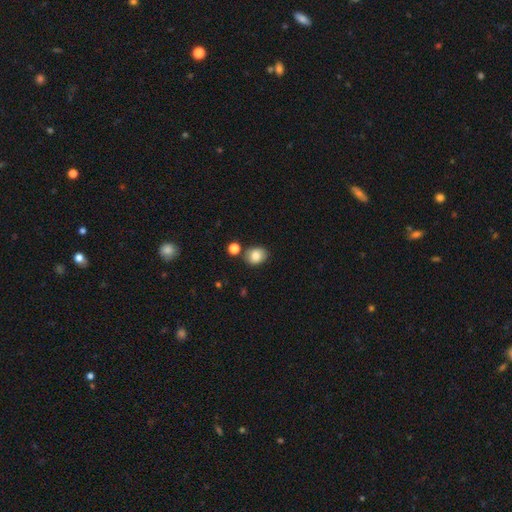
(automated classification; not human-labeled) smooth 83%, star or artifact 10%, featured or disk 8%. Down the decision tree: how rounded — round (53%); merging — none (77%).